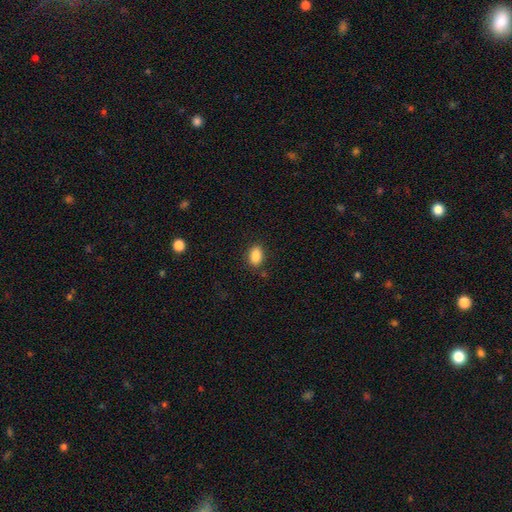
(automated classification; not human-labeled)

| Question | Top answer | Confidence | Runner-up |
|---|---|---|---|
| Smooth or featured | smooth | 87% | star or artifact (8%) |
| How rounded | in between | 87% | round (11%) |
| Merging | none | 85% | minor disturbance (10%) |